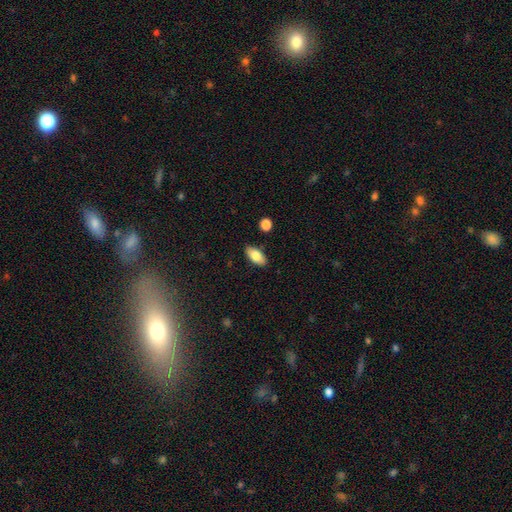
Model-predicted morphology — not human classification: The model was most divided on "smooth or featured": smooth: 81%, featured or disk: 12%, star or artifact: 7%. More confident: how rounded — in between (91%); merging — none (86%).